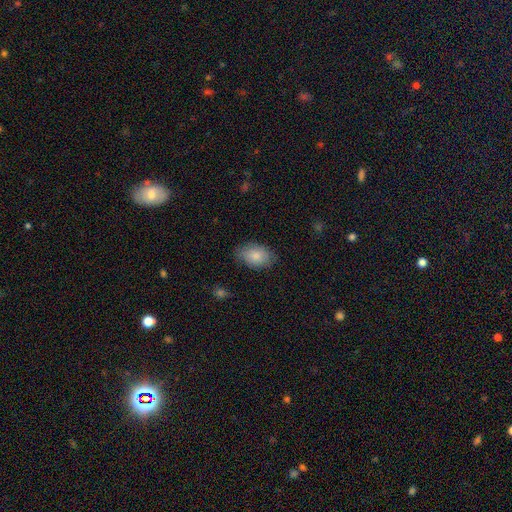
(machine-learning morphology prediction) type=smooth (84%); roundness=in between (88%); merging=none (76%).